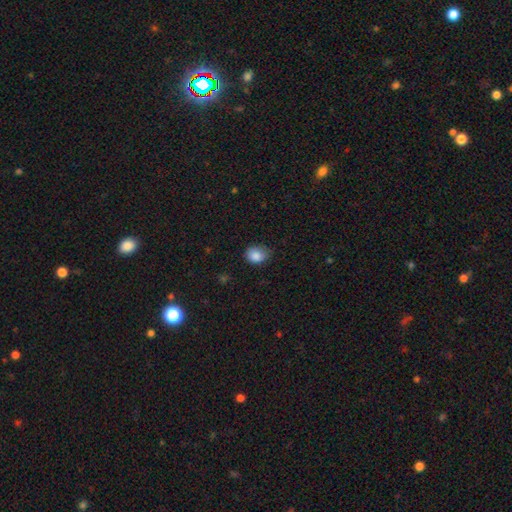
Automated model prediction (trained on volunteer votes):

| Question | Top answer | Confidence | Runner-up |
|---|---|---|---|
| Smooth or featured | smooth | 86% | star or artifact (9%) |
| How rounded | in between | 54% | round (45%) |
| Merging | none | 59% | minor disturbance (33%) |